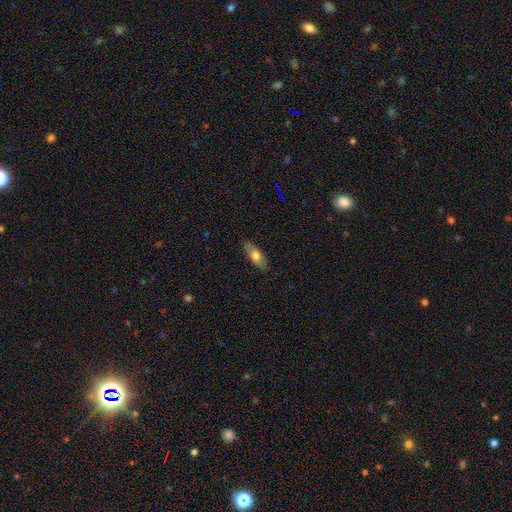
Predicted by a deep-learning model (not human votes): Smooth or featured?
  - smooth: 68% *
  - featured or disk: 25%
  - star or artifact: 6%
How rounded?
  - in between: 74% *
  - cigar-shaped: 23%
  - round: 3%
Merging?
  - none: 85% *
  - minor disturbance: 11%
  - major disturbance: 2%
  - merger: 1%